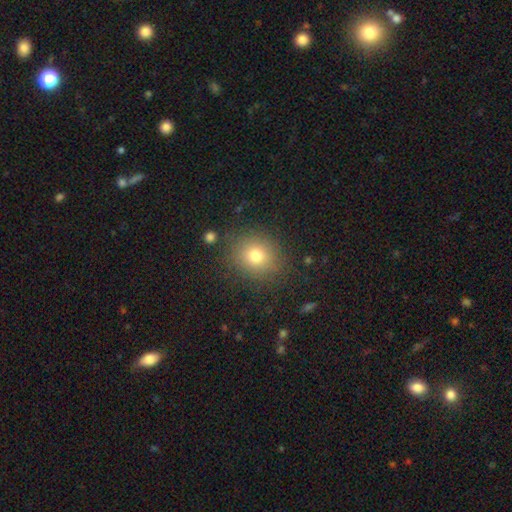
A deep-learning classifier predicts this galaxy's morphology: The model was most divided on "how rounded": round: 78%, in between: 21%, cigar-shaped: 1%. More confident: merging — none (86%); smooth or featured — smooth (76%).